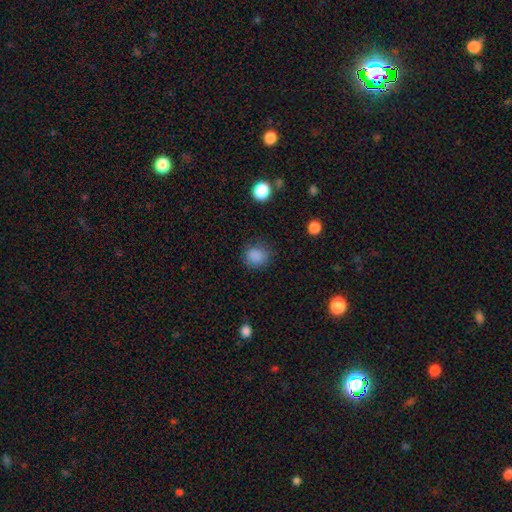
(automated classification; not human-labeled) Overall: smooth (85%). How rounded: round (77%). Merging: none (80%).